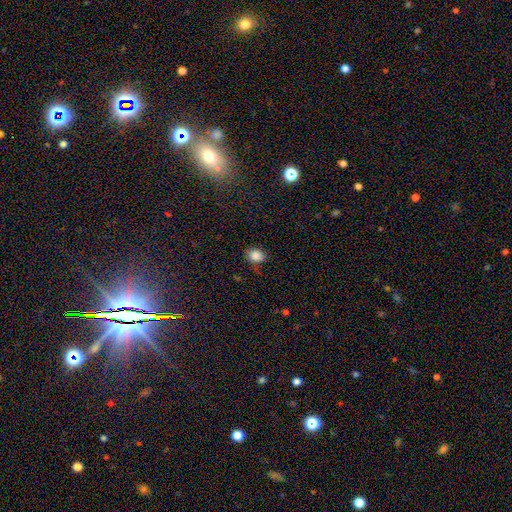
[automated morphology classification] A smooth galaxy with no disk features (86%) that is in between round and cigar-shaped (51%).

Vote fractions:
- Smooth or featured? smooth: 86% / star or artifact: 10% / featured or disk: 4%
- How rounded? in between: 51% / round: 48% / cigar-shaped: 1%
- Merging? none: 76% / minor disturbance: 18% / major disturbance: 4% / merger: 2%